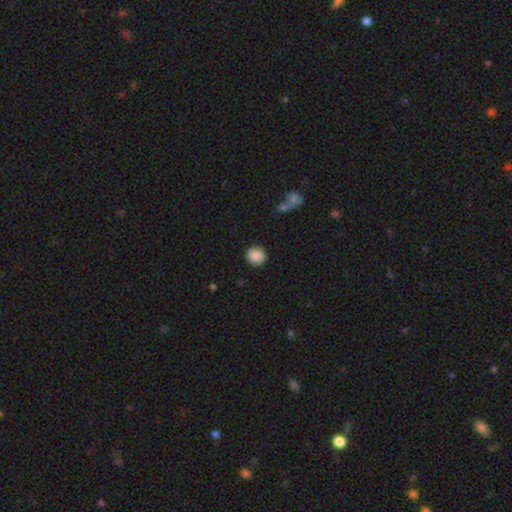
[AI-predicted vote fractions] This appears to be a smooth galaxy with no disk features (88%) that is round (91%). Merging: none (90%).